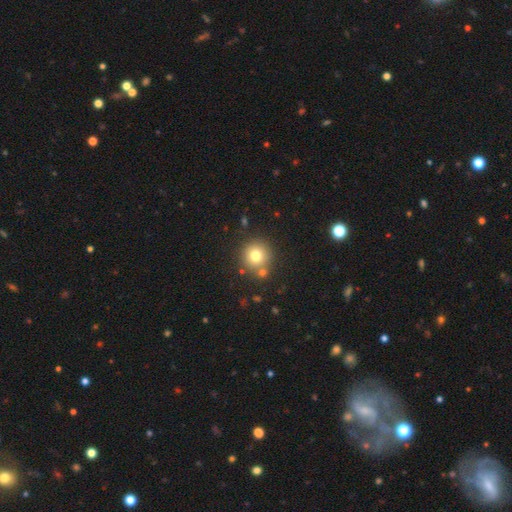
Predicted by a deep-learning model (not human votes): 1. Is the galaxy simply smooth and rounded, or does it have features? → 76% smooth, 12% star or artifact, 11% featured or disk.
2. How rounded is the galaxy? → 94% round, 5% in between, 1% cigar-shaped.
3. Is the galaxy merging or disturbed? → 77% none, 11% merger, 9% minor disturbance, 3% major disturbance.